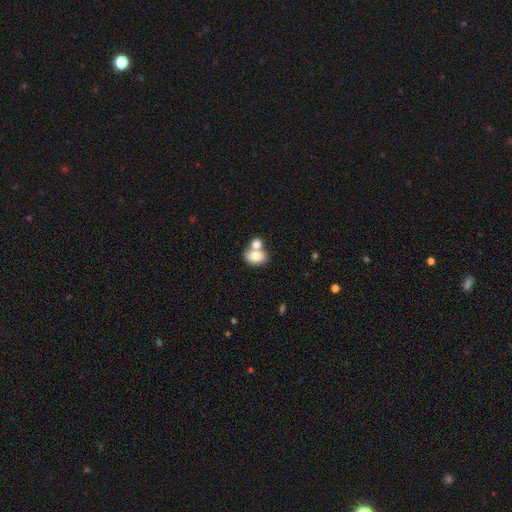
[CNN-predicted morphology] The model was most divided on "merging": merger: 51%, none: 37%, minor disturbance: 9%, major disturbance: 4%. More confident: smooth or featured — smooth (78%); how rounded — in between (74%).